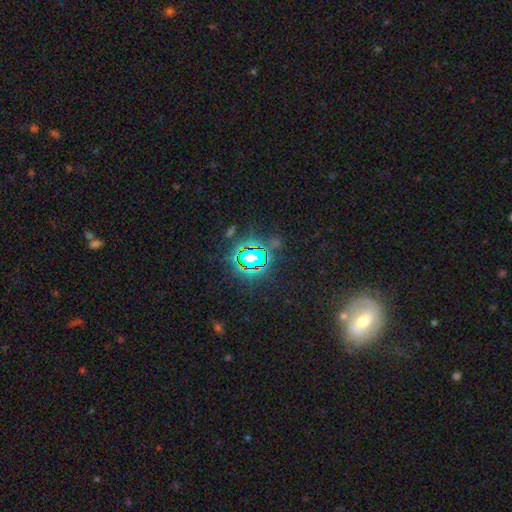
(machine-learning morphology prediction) Smooth or featured? star or artifact (76%)